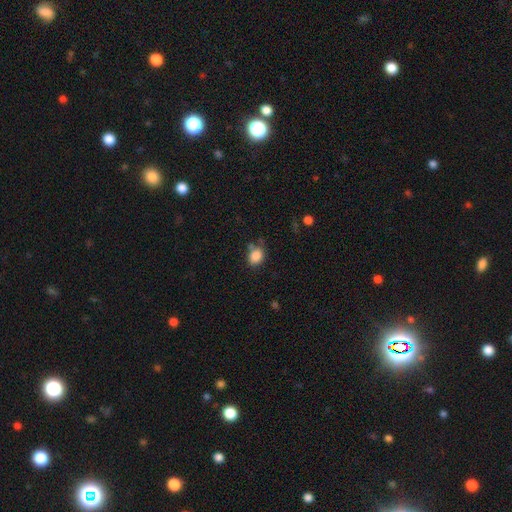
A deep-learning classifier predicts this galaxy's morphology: A smooth galaxy with no disk features (86%) that is round (51%).

Vote fractions:
- Smooth or featured? smooth: 86% / star or artifact: 10% / featured or disk: 5%
- How rounded? round: 51% / in between: 48% / cigar-shaped: 1%
- Merging? none: 69% / minor disturbance: 18% / merger: 8% / major disturbance: 5%